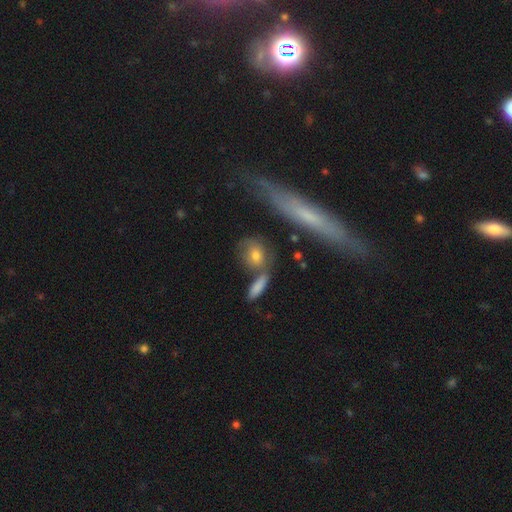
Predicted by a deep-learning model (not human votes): Smooth or featured?
  - smooth: 63% *
  - featured or disk: 28%
  - star or artifact: 9%
How rounded?
  - cigar-shaped: 38% *
  - in between: 35%
  - round: 27%
Merging?
  - none: 60% *
  - minor disturbance: 17%
  - merger: 16%
  - major disturbance: 7%